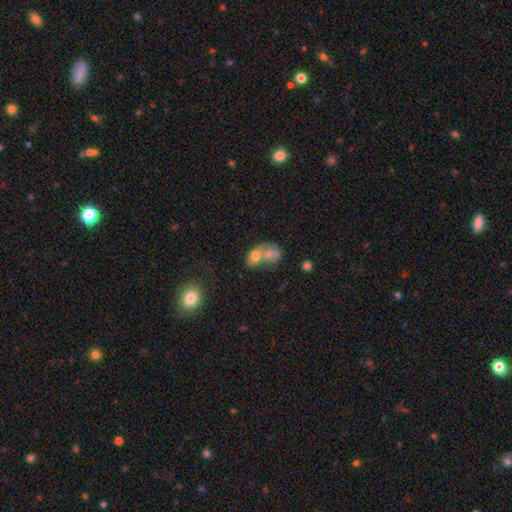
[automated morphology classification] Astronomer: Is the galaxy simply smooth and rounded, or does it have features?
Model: smooth — 71%.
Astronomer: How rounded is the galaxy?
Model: in between — 71%.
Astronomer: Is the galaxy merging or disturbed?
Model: merger — 66%.